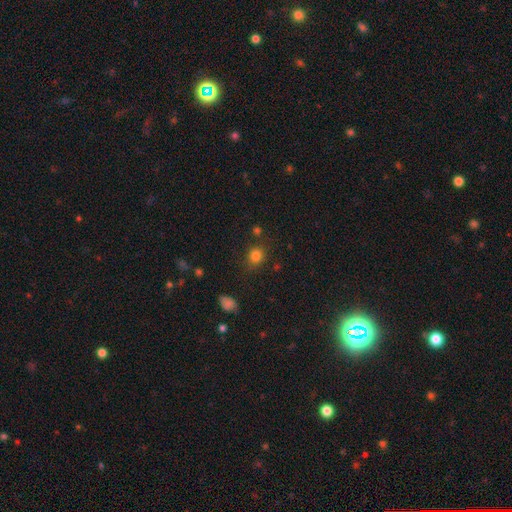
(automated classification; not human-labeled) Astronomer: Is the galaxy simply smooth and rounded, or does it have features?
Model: smooth — 80%.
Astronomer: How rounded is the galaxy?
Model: round — 77%.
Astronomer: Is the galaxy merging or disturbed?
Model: none — 82%.